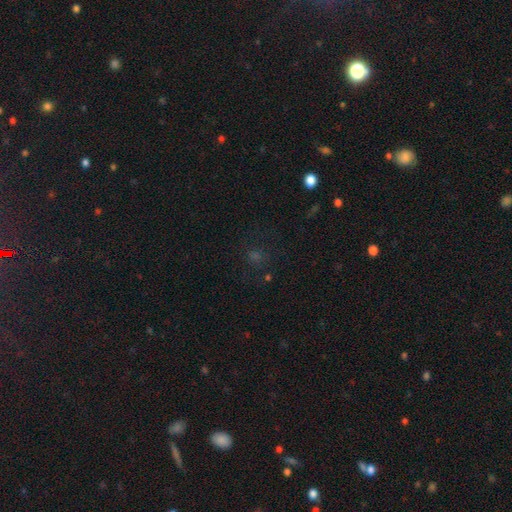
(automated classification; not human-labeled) Smooth or featured? Predicted: star or artifact (p=0.47).